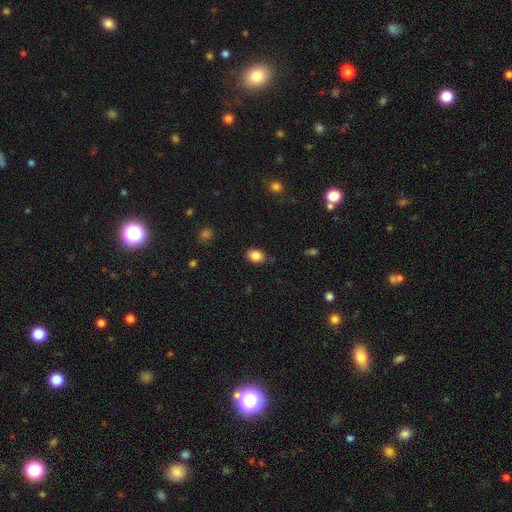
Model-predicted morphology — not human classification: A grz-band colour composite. It shows a smooth galaxy with no disk features (85%) that is in between round and cigar-shaped (70%). Merging: none (82%).